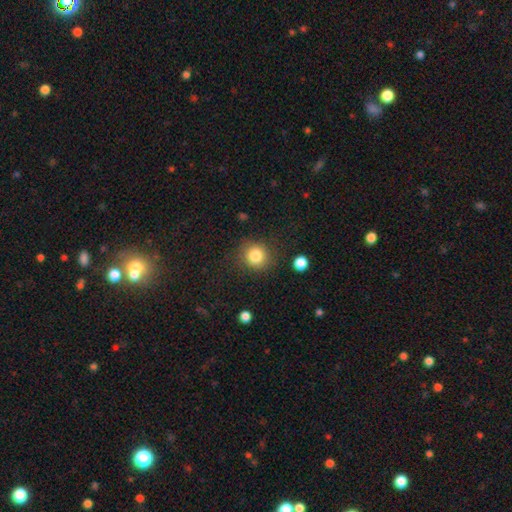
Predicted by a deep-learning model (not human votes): Smooth or featured?
  - smooth: 84% *
  - star or artifact: 10%
  - featured or disk: 6%
How rounded?
  - round: 89% *
  - in between: 10%
  - cigar-shaped: 1%
Merging?
  - none: 84% *
  - minor disturbance: 10%
  - major disturbance: 4%
  - merger: 2%